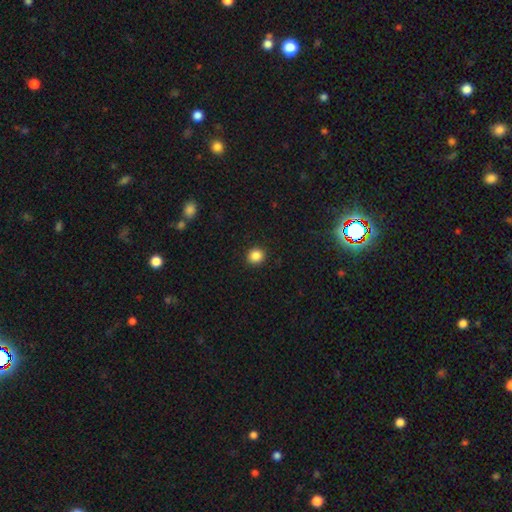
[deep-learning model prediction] Q: Smooth or featured?
A: smooth (86%); runner-up: star or artifact (11%)
Q: How rounded?
A: round (89%); runner-up: in between (10%)
Q: Merging?
A: none (92%); runner-up: minor disturbance (5%)